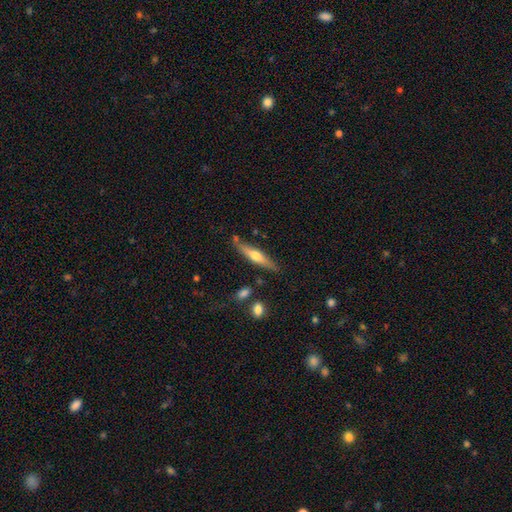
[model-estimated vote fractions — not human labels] A featured or disk galaxy (52%) viewed edge-on (92%). Merging: none (80%).